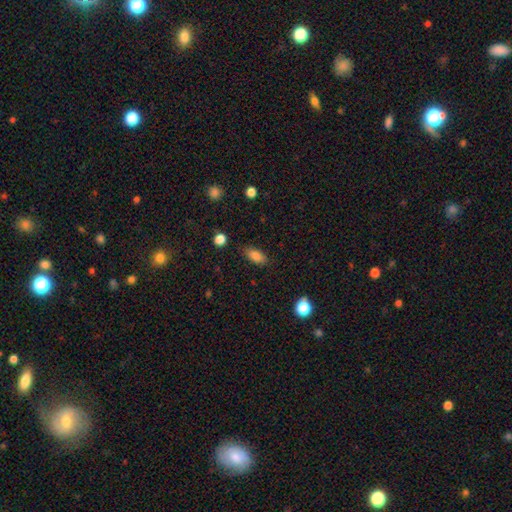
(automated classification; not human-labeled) Q: Smooth or featured?
A: smooth (83%); runner-up: star or artifact (9%)
Q: How rounded?
A: in between (84%); runner-up: cigar-shaped (11%)
Q: Merging?
A: none (84%); runner-up: minor disturbance (12%)